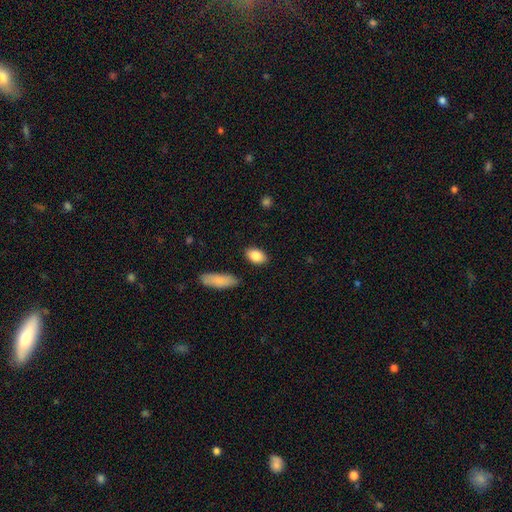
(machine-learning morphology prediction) This is clearly a smooth galaxy (86%). How rounded: clearly in between (88%). Merging: clearly none (87%).